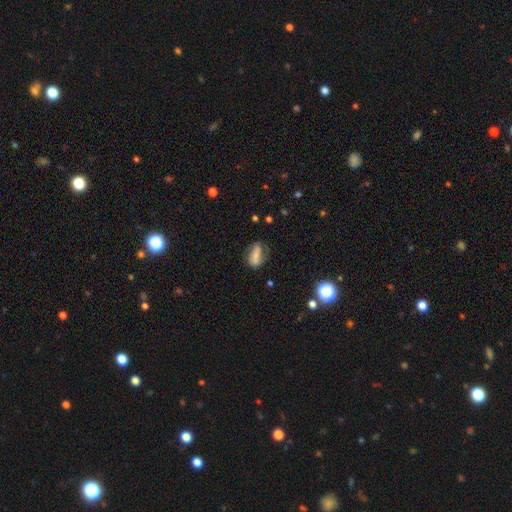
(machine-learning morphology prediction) The model was most divided on "smooth or featured": featured or disk: 48%, smooth: 42%, star or artifact: 10%. More confident: merging — none (58%).